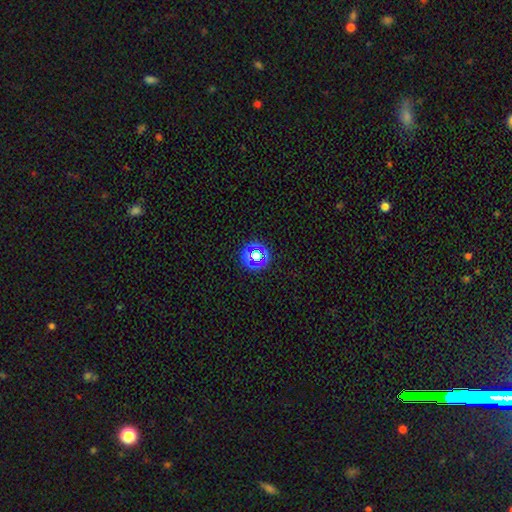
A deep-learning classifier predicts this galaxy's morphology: type=star or artifact (56%).